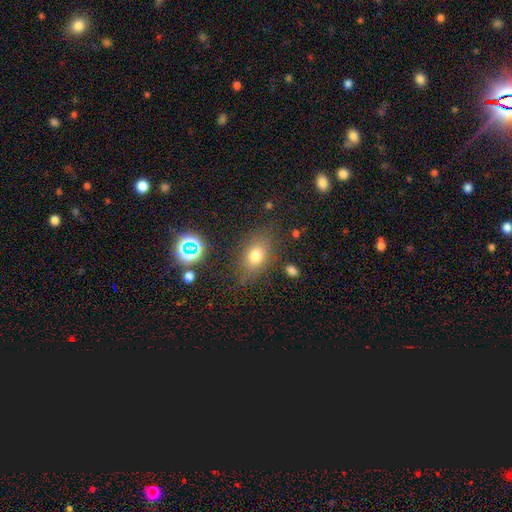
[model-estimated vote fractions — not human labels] A smooth galaxy with no disk features (72%) that is in between round and cigar-shaped (74%). Merging: none (77%).